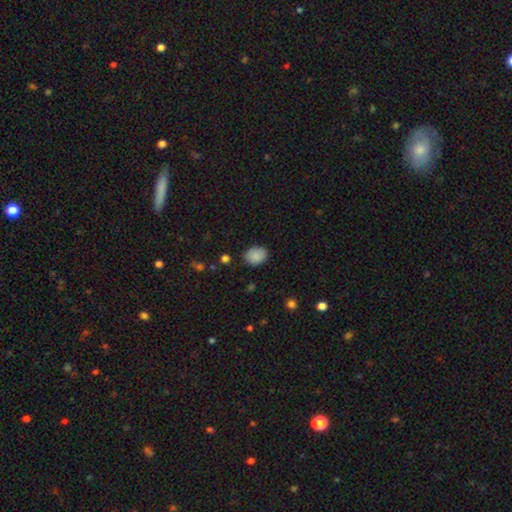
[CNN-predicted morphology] Smooth or featured: smooth — 87% (star or artifact — 8%)
How rounded: in between — 52% (round — 47%)
Merging: none — 81% (minor disturbance — 14%)